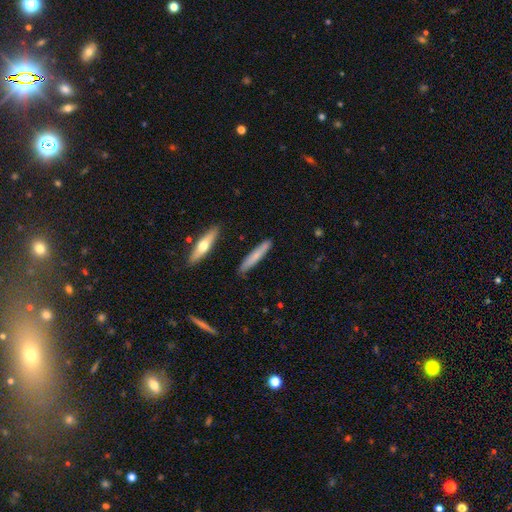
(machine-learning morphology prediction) smooth 65%, featured or disk 29%, star or artifact 6%. Down the decision tree: how rounded — cigar-shaped (93%); merging — none (88%).